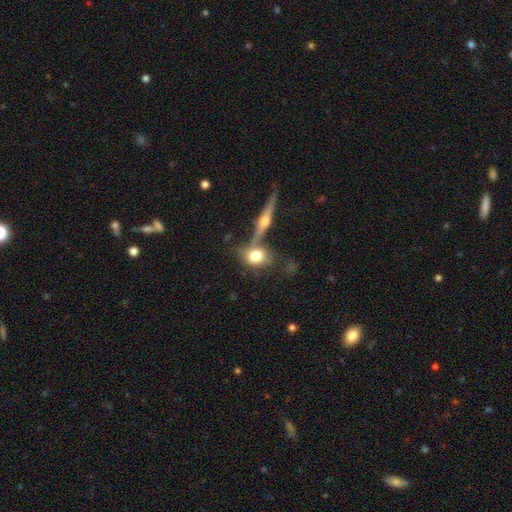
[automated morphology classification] This appears to be a smooth galaxy with no disk features (67%) that is round (48%). Merging: none (46%).